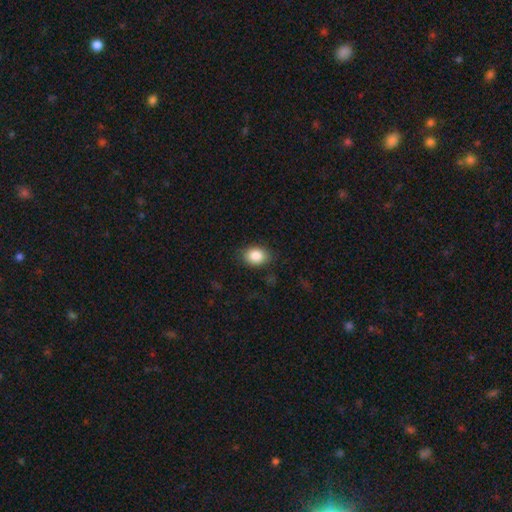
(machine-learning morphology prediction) smooth_or_featured: smooth (p=0.86) [alt: star or artifact p=0.09]
how_rounded: in between (p=0.60) [alt: round p=0.39]
merging: none (p=0.82) [alt: minor disturbance p=0.13]